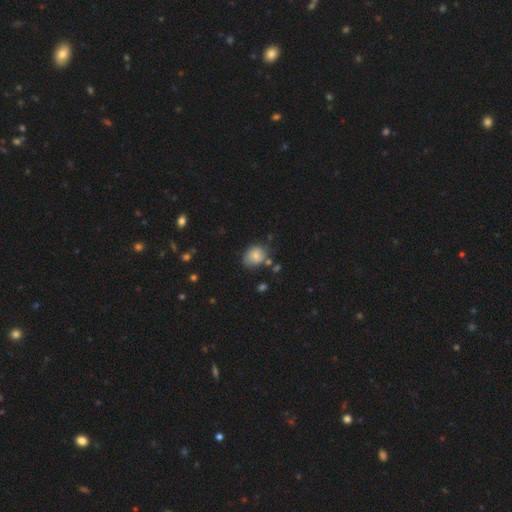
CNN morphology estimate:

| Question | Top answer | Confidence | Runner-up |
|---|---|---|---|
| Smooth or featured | smooth | 79% | featured or disk (12%) |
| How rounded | round | 55% | in between (44%) |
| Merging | none | 63% | minor disturbance (25%) |